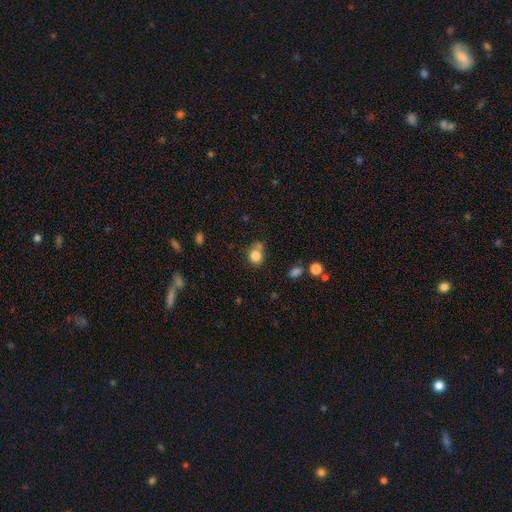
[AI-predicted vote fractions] smooth_or_featured: smooth (p=0.82) [alt: star or artifact p=0.11]
how_rounded: round (p=0.71) [alt: in between p=0.28]
merging: none (p=0.53) [alt: minor disturbance p=0.21]